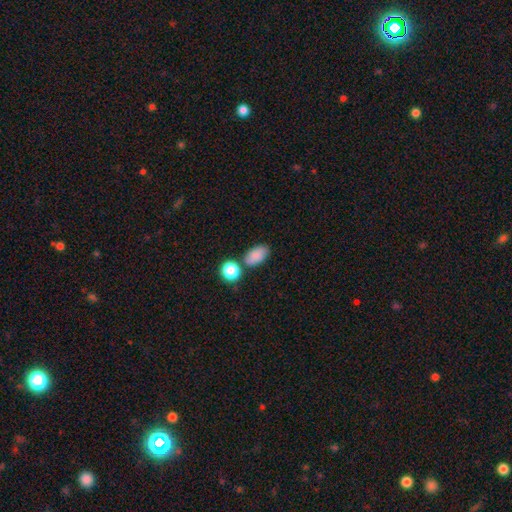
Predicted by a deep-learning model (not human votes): A smooth galaxy with no disk features (83%) that is in between round and cigar-shaped (88%). Merging: none (67%).